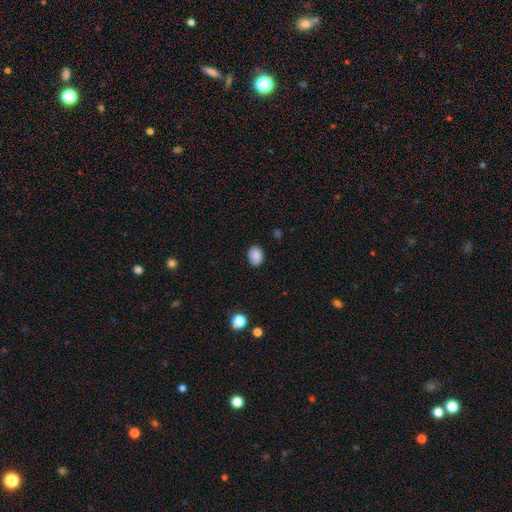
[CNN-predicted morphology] Smooth or featured?
  - smooth: 88% *
  - star or artifact: 9%
  - featured or disk: 3%
How rounded?
  - in between: 66% *
  - round: 33%
  - cigar-shaped: 1%
Merging?
  - none: 86% *
  - minor disturbance: 11%
  - major disturbance: 2%
  - merger: 1%